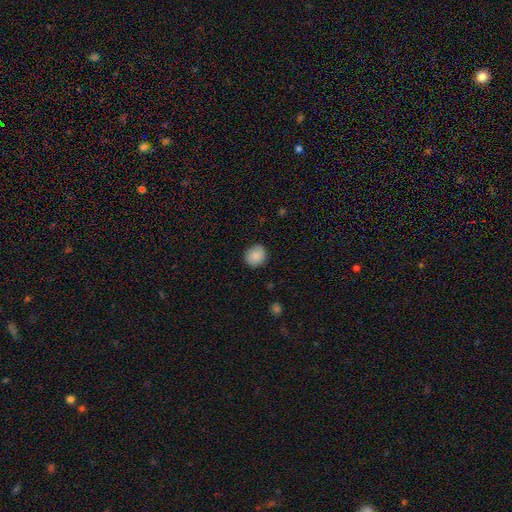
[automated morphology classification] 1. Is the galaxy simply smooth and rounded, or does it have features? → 88% smooth, 8% star or artifact, 4% featured or disk.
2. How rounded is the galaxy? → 76% round, 23% in between, 1% cigar-shaped.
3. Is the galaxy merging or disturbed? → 88% none, 9% minor disturbance, 2% major disturbance, 1% merger.